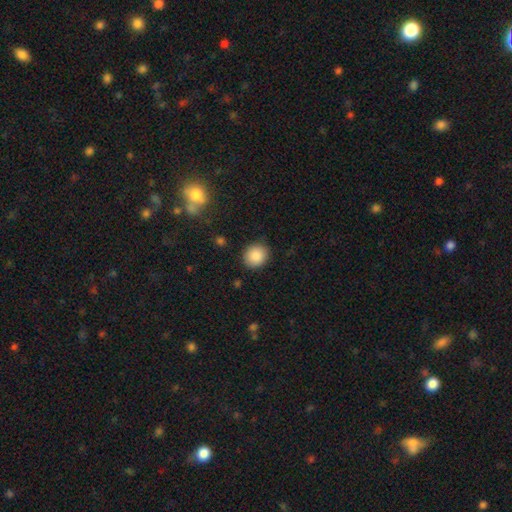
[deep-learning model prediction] Smooth or featured? Predicted: smooth (p=0.88). How rounded? Predicted: round (p=0.79). Merging? Predicted: none (p=0.89).